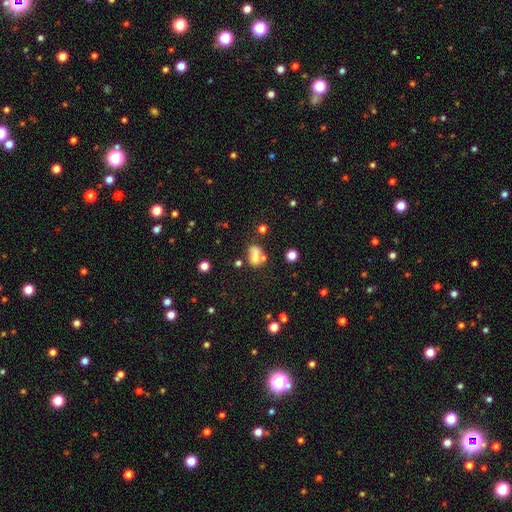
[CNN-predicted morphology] Smooth or featured? Predicted: smooth (p=0.68). How rounded? Predicted: in between (p=0.77). Merging? Predicted: none (p=0.44).